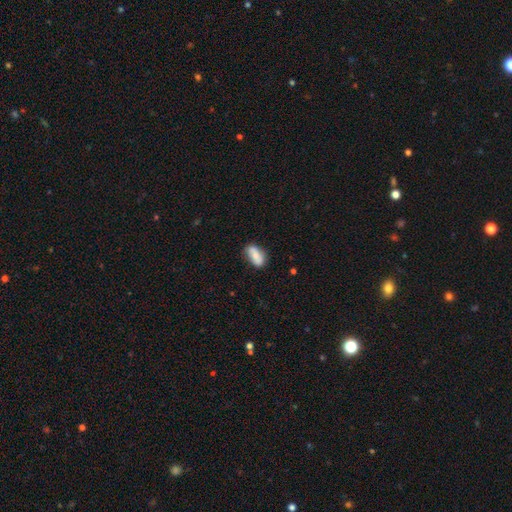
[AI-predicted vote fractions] This is likely a smooth galaxy (73%). How rounded: clearly in between (87%). Merging: likely none (67%).